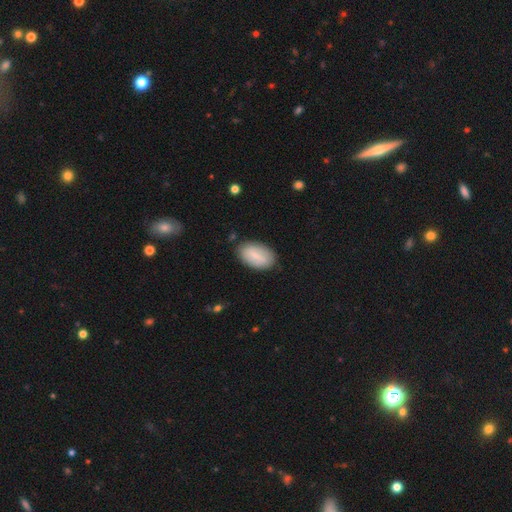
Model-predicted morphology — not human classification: Smooth or featured? smooth (74%)
How rounded? in between (94%)
Merging? none (82%)